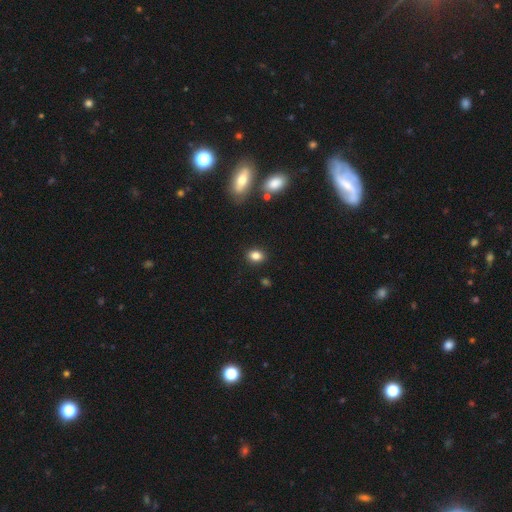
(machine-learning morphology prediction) Overall: smooth (83%). How rounded: in between (63%; round 35%). Merging: none (88%).